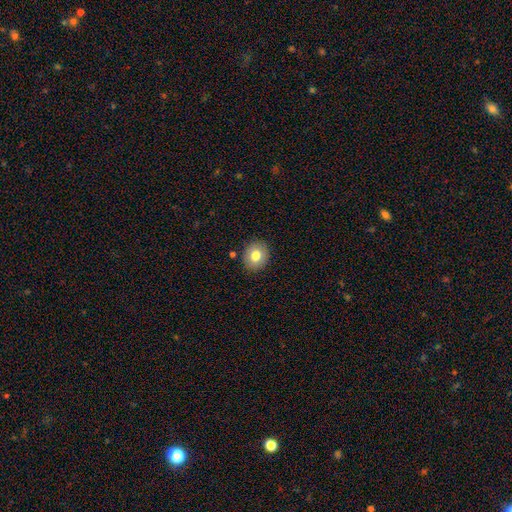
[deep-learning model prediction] Smooth or featured: smooth — 78% (featured or disk — 13%)
How rounded: round — 67% (in between — 32%)
Merging: none — 87% (minor disturbance — 9%)